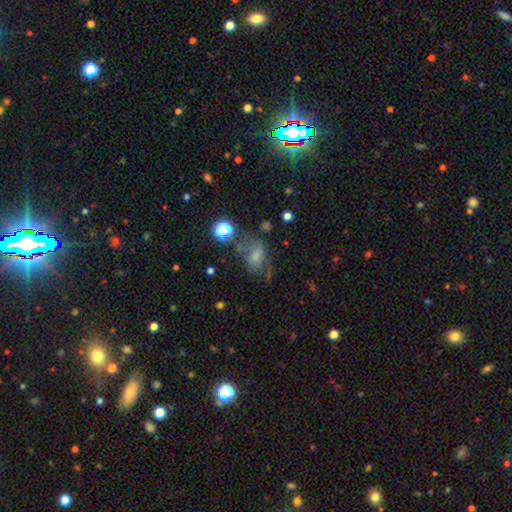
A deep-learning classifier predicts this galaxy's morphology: This is possibly a smooth galaxy (53%). How rounded: likely in between (76%). Merging: marginally none (38%).